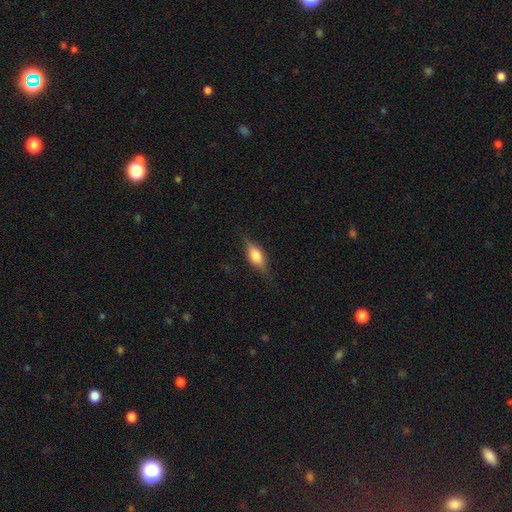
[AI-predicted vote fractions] This is possibly a smooth galaxy (49%). Merging: likely none (78%).